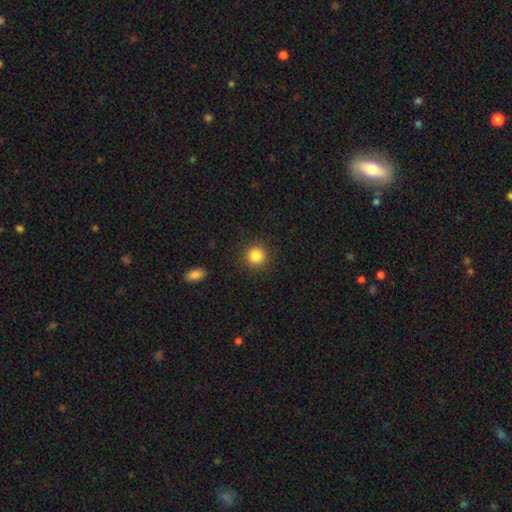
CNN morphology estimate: A smooth galaxy with no disk features (85%) that is round (94%).

Vote fractions:
- Smooth or featured? smooth: 85% / star or artifact: 10% / featured or disk: 4%
- How rounded? round: 94% / in between: 5% / cigar-shaped: 1%
- Merging? none: 91% / minor disturbance: 6% / major disturbance: 2% / merger: 1%